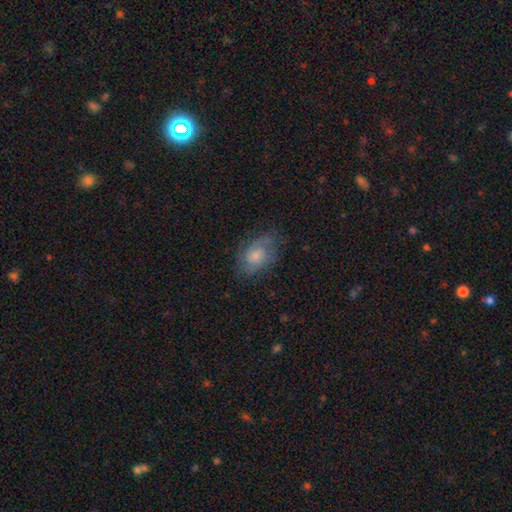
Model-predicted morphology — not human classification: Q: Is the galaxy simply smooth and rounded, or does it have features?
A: featured or disk — 54%.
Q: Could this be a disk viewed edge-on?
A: no — 95%.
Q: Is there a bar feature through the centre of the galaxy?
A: no — 74%.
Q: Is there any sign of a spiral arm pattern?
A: yes — 85%.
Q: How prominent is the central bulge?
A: moderate — 44%.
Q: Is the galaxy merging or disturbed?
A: none — 71%.